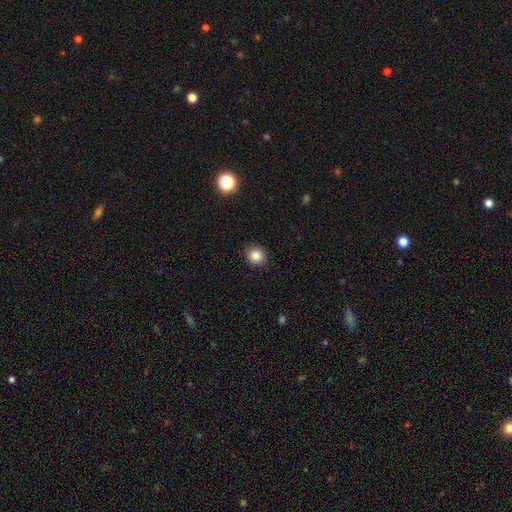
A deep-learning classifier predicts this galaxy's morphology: Smooth or featured? smooth (84%)
How rounded? round (85%)
Merging? none (90%)